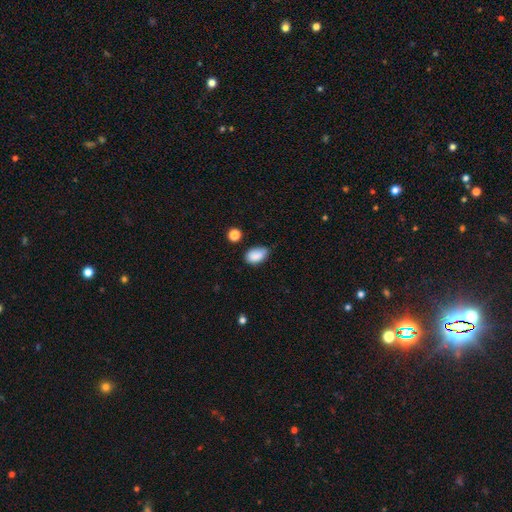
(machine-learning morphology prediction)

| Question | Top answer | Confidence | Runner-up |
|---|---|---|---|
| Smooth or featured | smooth | 86% | star or artifact (8%) |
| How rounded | in between | 89% | round (9%) |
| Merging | none | 59% | minor disturbance (32%) |